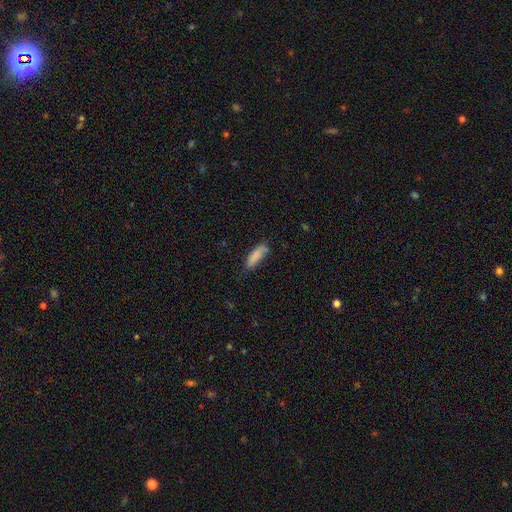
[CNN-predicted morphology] A smooth galaxy with no disk features (86%) that is cigar-shaped (51%).

Vote fractions:
- Smooth or featured? smooth: 86% / featured or disk: 7% / star or artifact: 7%
- How rounded? cigar-shaped: 51% / in between: 48% / round: 2%
- Merging? none: 69% / minor disturbance: 24% / major disturbance: 5% / merger: 2%